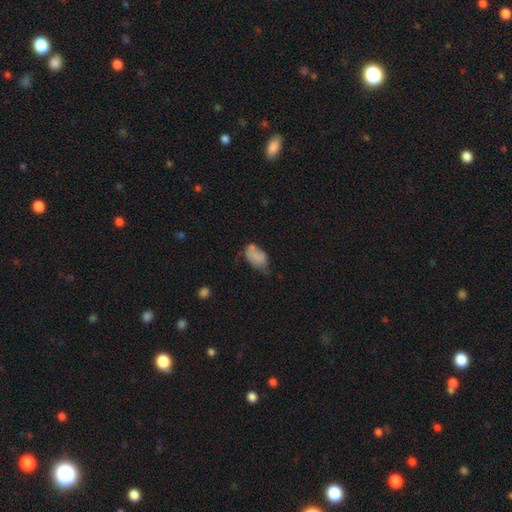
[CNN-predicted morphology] type=smooth (74%); roundness=in between (91%); merging=minor disturbance (41%).